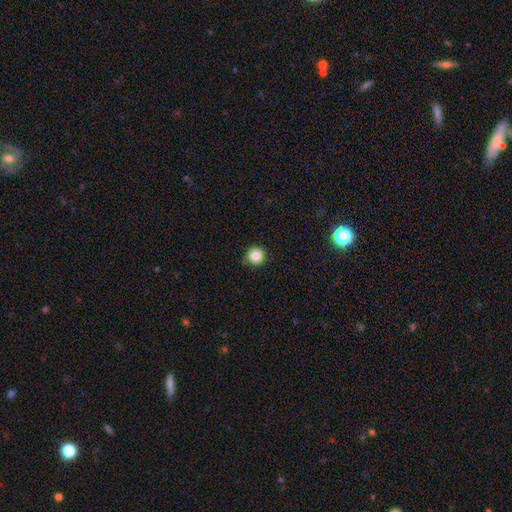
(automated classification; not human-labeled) smooth_or_featured: smooth (p=0.85) [alt: star or artifact p=0.11]
how_rounded: round (p=0.96) [alt: in between p=0.03]
merging: none (p=0.86) [alt: minor disturbance p=0.11]